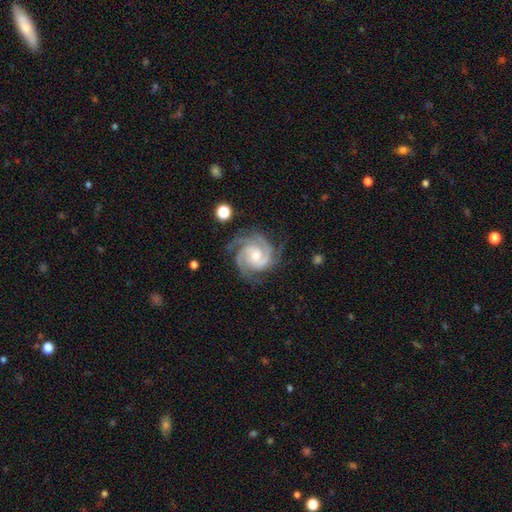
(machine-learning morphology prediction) Smooth or featured: featured or disk — 93% (star or artifact — 4%)
Edge-on disk: no — 98% (yes — 2%)
Bar: no — 62% (weak — 31%)
Spiral arms: yes — 99% (no — 1%)
Spiral winding: tight — 62% (medium — 34%)
Spiral arm count: 3 — 58% (2 — 20%)
Bulge size: moderate — 50% (small — 44%)
Merging: none — 75% (minor disturbance — 17%)